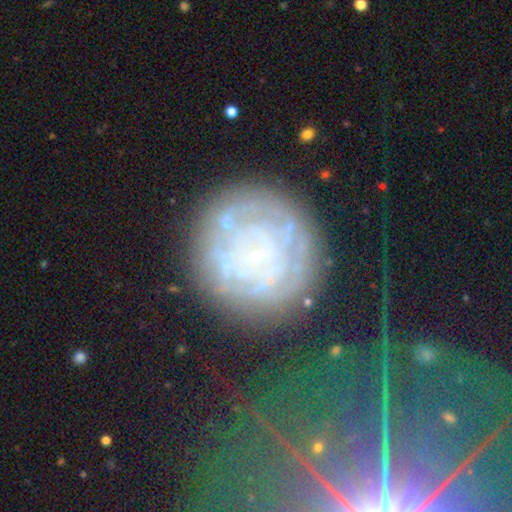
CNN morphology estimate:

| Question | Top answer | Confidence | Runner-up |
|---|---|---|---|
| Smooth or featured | featured or disk | 68% | smooth (21%) |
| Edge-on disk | no | 97% | yes (3%) |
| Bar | no | 85% | weak (11%) |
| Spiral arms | yes | 72% | no (28%) |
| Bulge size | small | 86% | none (6%) |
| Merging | none | 74% | minor disturbance (15%) |